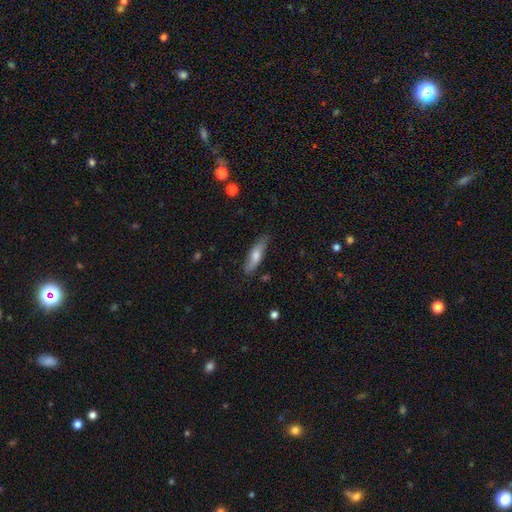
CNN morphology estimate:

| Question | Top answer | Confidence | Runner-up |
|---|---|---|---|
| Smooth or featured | smooth | 62% | featured or disk (32%) |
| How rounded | cigar-shaped | 60% | in between (38%) |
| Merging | none | 80% | minor disturbance (16%) |